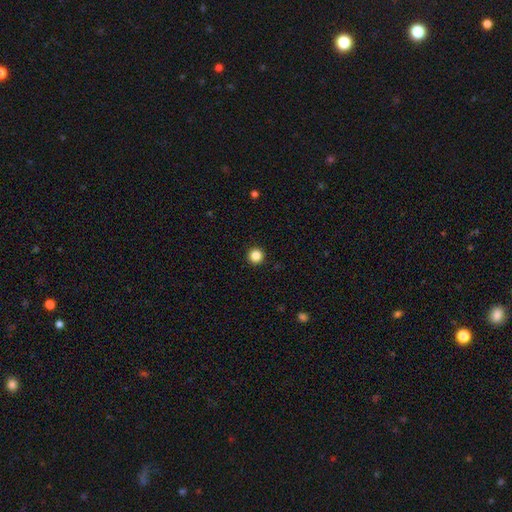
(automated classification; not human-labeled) This appears to be a smooth galaxy with no disk features (86%) that is round (96%). Merging: none (94%).